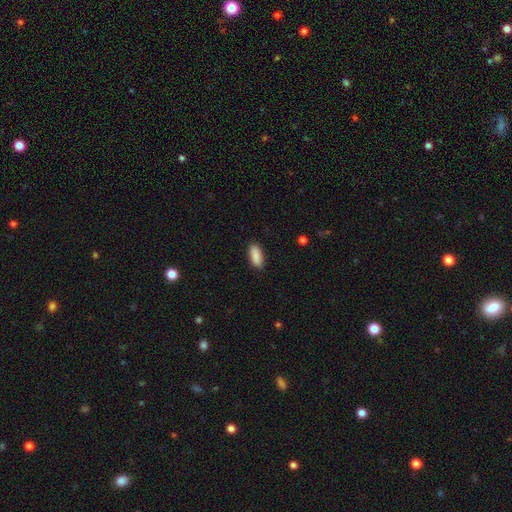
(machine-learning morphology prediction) smooth-or-featured: smooth: 90% | star or artifact: 6% | featured or disk: 4%
  how-rounded: in between: 81% | cigar-shaped: 17% | round: 2%
  merging: none: 88% | minor disturbance: 9% | major disturbance: 2% | merger: 1%